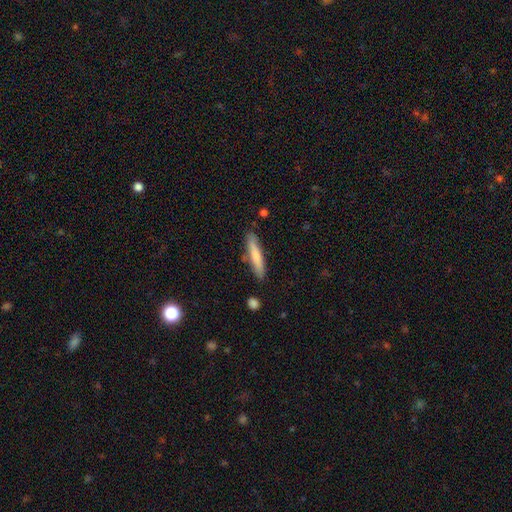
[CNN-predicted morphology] smooth_or_featured: smooth (p=0.69) [alt: featured or disk p=0.25]
how_rounded: cigar-shaped (p=0.90) [alt: in between p=0.09]
merging: none (p=0.83) [alt: minor disturbance p=0.12]